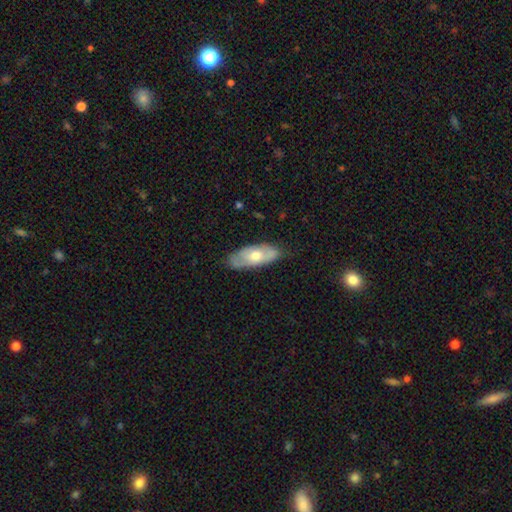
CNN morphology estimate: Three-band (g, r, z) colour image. It shows a smooth galaxy with no disk features (47%, tied with featured or disk). Merging: none (76%).